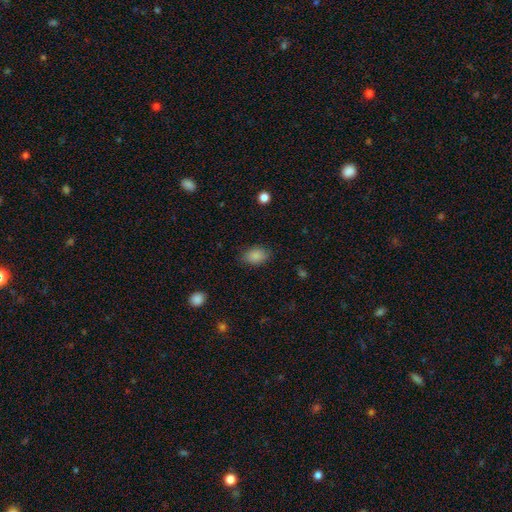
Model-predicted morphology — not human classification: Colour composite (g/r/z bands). It shows a smooth galaxy with no disk features (87%) that is in between round and cigar-shaped (83%). Merging: none (83%).